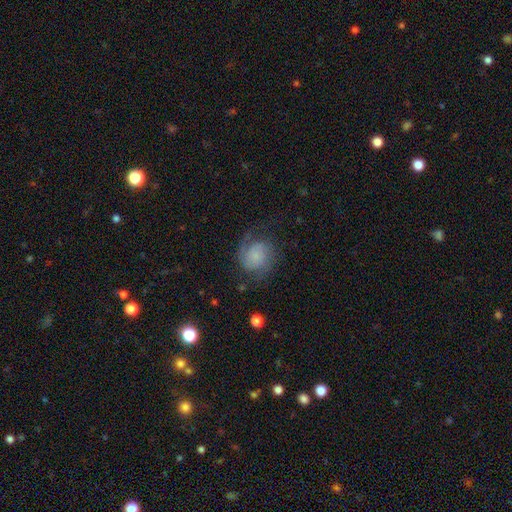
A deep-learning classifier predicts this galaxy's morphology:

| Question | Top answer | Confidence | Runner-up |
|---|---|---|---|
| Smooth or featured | featured or disk | 62% | smooth (30%) |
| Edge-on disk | no | 98% | yes (2%) |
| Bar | no | 75% | weak (22%) |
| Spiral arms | yes | 92% | no (8%) |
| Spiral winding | medium | 43% | tight (33%) |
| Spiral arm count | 2 | 67% | can't tell (12%) |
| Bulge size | small | 52% | none (27%) |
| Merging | none | 61% | minor disturbance (20%) |